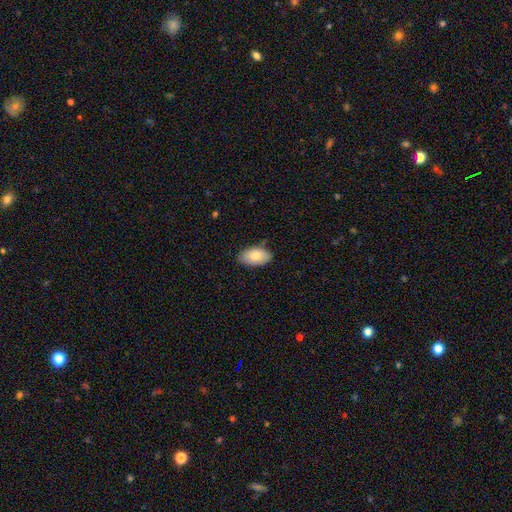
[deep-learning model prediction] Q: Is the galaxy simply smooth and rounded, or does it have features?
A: smooth — 83%.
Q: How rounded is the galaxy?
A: in between — 95%.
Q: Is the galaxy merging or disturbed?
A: none — 81%.